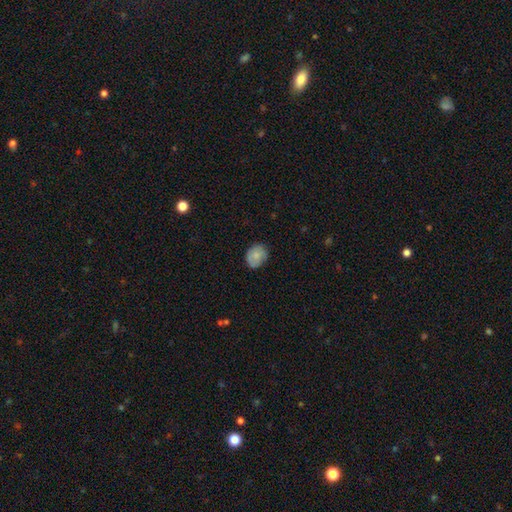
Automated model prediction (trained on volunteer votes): smooth_or_featured: smooth (p=0.82) [alt: featured or disk p=0.11]
how_rounded: in between (p=0.50) [tied with: round p=0.50]
merging: none (p=0.77) [alt: minor disturbance p=0.19]